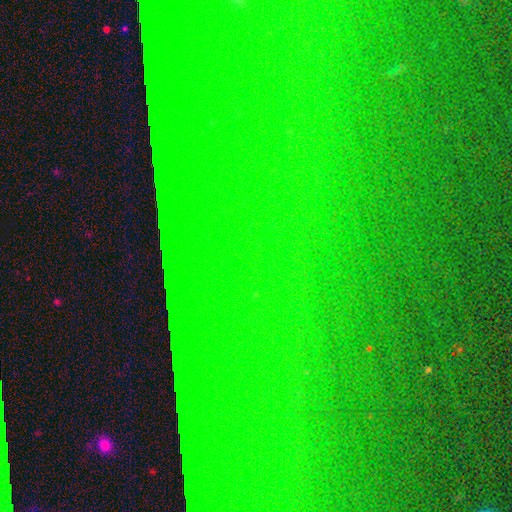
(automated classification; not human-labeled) Morphology: type=star or artifact (84%).